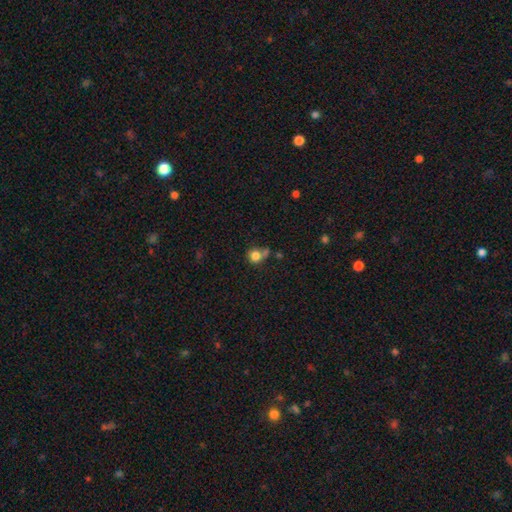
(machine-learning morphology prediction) Smooth or featured? smooth (82%)
How rounded? round (86%)
Merging? none (51%)